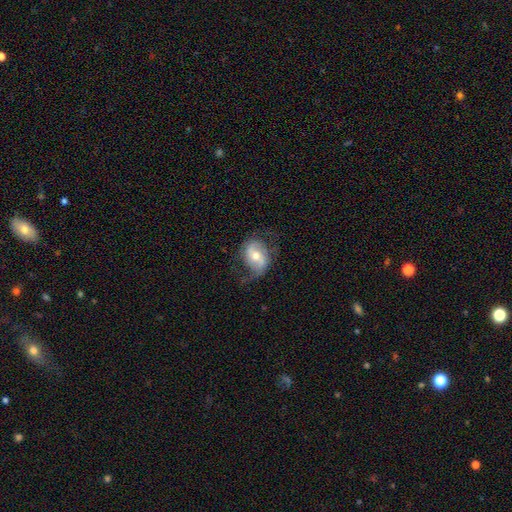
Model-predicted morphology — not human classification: Smooth or featured? featured or disk (69%)
Edge-on disk? no (96%)
Bar? weak (41%)
Spiral arms? yes (86%)
Spiral winding? loose (49%)
Spiral arm count? 2 (83%)
Bulge size? moderate (65%)
Merging? none (62%)